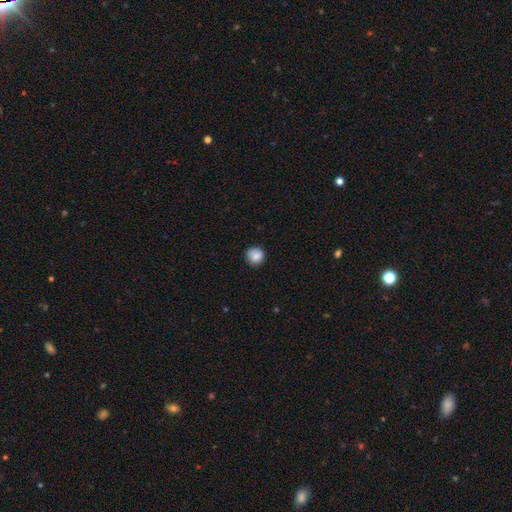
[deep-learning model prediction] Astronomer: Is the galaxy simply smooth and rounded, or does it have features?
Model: smooth — 85%.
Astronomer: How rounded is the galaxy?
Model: round — 91%.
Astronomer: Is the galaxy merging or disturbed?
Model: none — 80%.